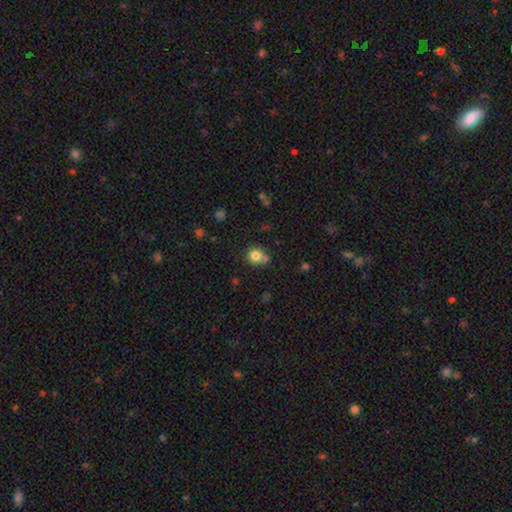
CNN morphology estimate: Q: Smooth or featured?
A: smooth (80%); runner-up: star or artifact (12%)
Q: How rounded?
A: round (87%); runner-up: in between (12%)
Q: Merging?
A: none (63%); runner-up: merger (22%)